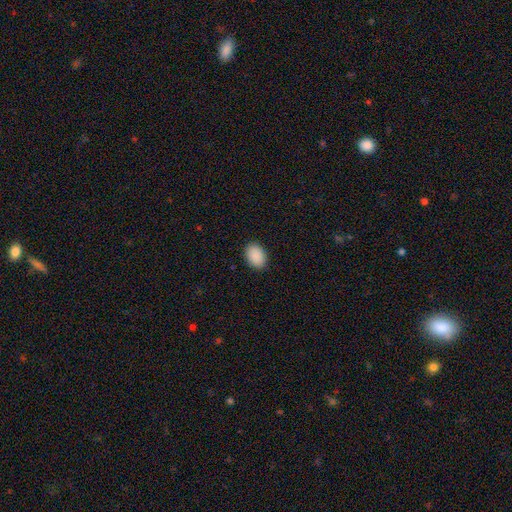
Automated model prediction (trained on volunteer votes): smooth_or_featured: smooth (p=0.91) [alt: star or artifact p=0.07]
how_rounded: in between (p=0.82) [alt: round p=0.17]
merging: none (p=0.89) [alt: minor disturbance p=0.08]